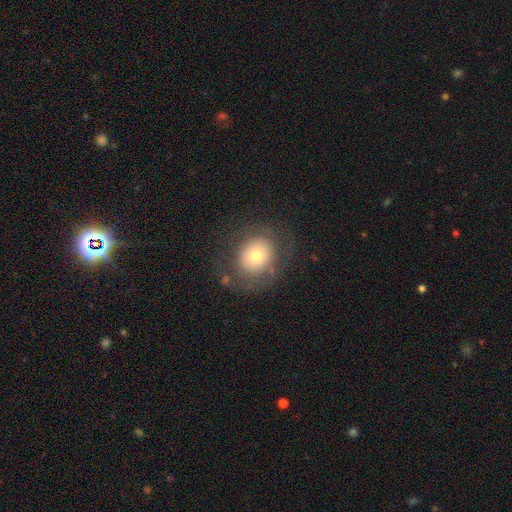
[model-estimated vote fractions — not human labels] Smooth or featured: smooth — 61% (featured or disk — 28%)
How rounded: round — 65% (in between — 34%)
Merging: none — 72% (minor disturbance — 16%)